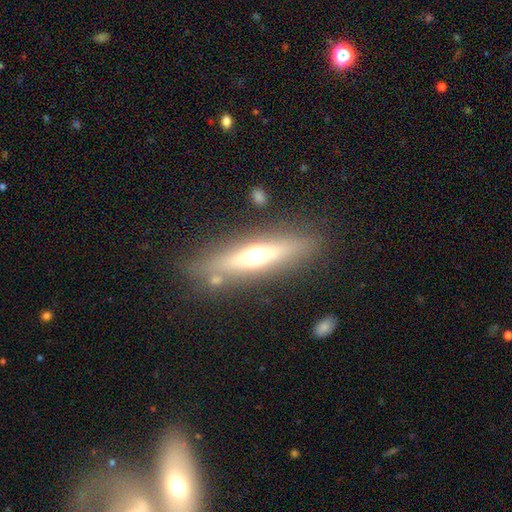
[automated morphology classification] smooth_or_featured: featured or disk (p=0.48) [alt: smooth p=0.43]
merging: none (p=0.81) [alt: minor disturbance p=0.10]